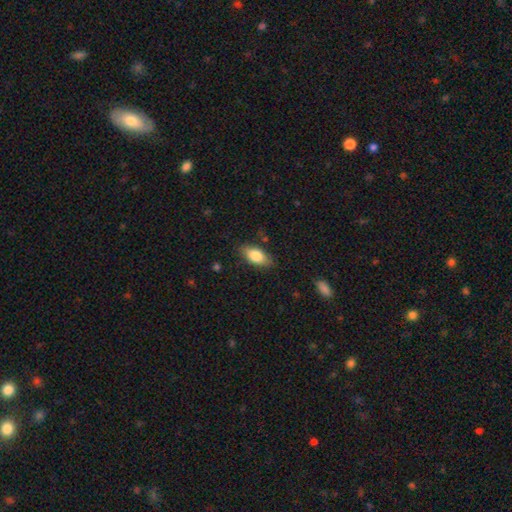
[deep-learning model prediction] A smooth galaxy with no disk features (81%) that is in between round and cigar-shaped (89%).

Vote fractions:
- Smooth or featured? smooth: 81% / featured or disk: 13% / star or artifact: 7%
- How rounded? in between: 89% / cigar-shaped: 7% / round: 4%
- Merging? none: 82% / minor disturbance: 13% / major disturbance: 3% / merger: 1%